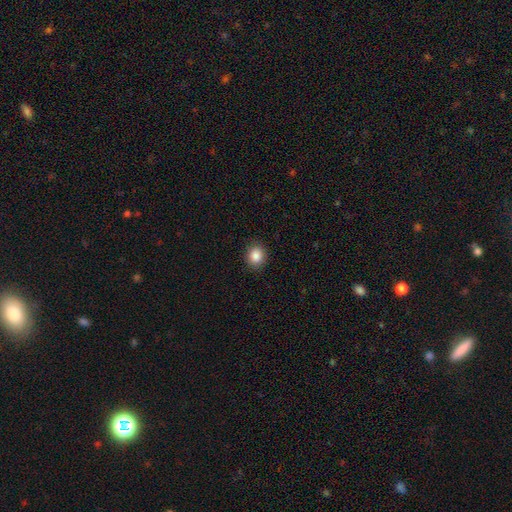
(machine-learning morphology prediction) A smooth galaxy with no disk features (86%) that is round (71%). Merging: none (90%).